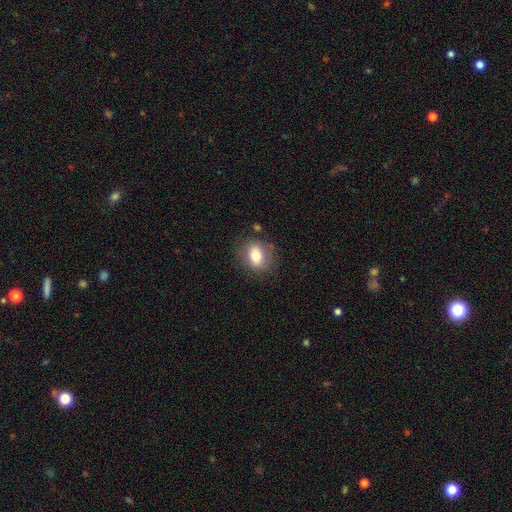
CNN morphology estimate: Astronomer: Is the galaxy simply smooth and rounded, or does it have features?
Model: smooth — 73%.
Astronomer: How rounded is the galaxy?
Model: in between — 56% (runner-up: round, 43%).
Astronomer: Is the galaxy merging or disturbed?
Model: none — 78%.